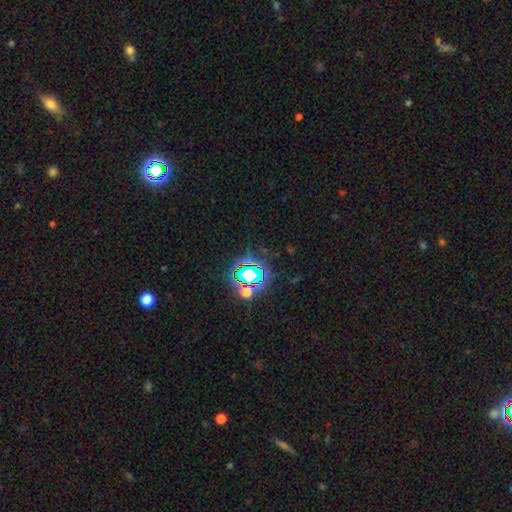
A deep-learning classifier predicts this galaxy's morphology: Q: Smooth or featured?
A: star or artifact (78%); runner-up: smooth (14%)